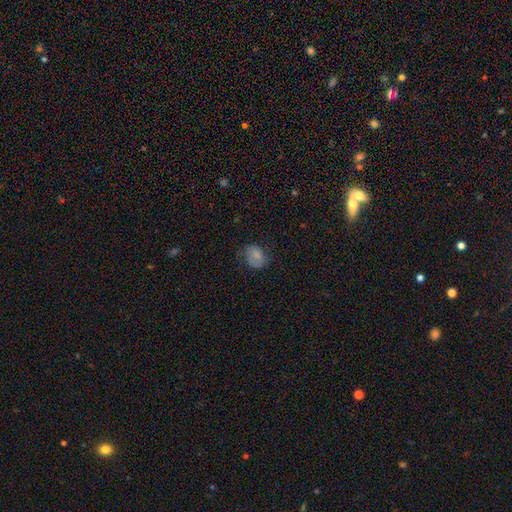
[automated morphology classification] smooth-or-featured: smooth: 66% | featured or disk: 24% | star or artifact: 11%
  how-rounded: in between: 59% | round: 40% | cigar-shaped: 1%
  merging: none: 53% | minor disturbance: 29% | major disturbance: 17% | merger: 2%